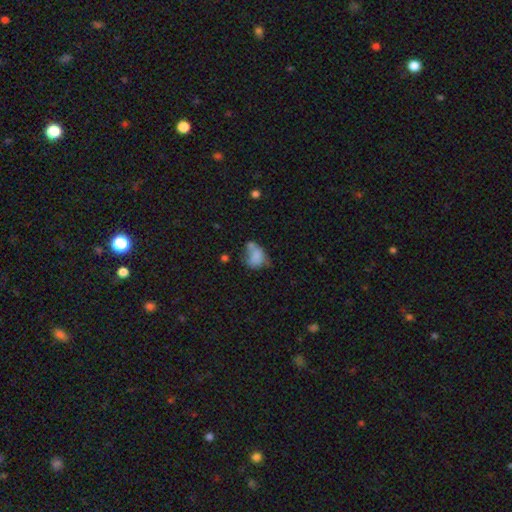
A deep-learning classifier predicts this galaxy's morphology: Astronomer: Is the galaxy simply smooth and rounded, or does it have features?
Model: smooth — 68%.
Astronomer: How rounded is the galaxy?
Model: in between — 66%.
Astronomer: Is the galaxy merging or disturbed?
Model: minor disturbance — 29% (runner-up: none, 28%).